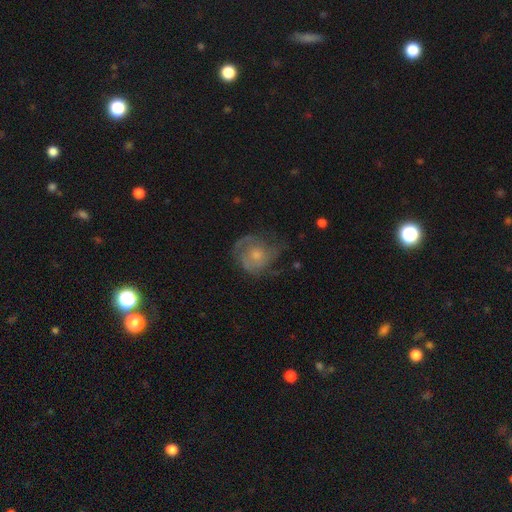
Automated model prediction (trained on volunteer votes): This is likely a featured or disk galaxy (61%). It is clearly not viewed edge-on (98%). Bar: clearly no (81%). Spiral arm pattern: likely yes (78%). Central bulge: possibly moderate (47%). Merging: possibly none (53%).